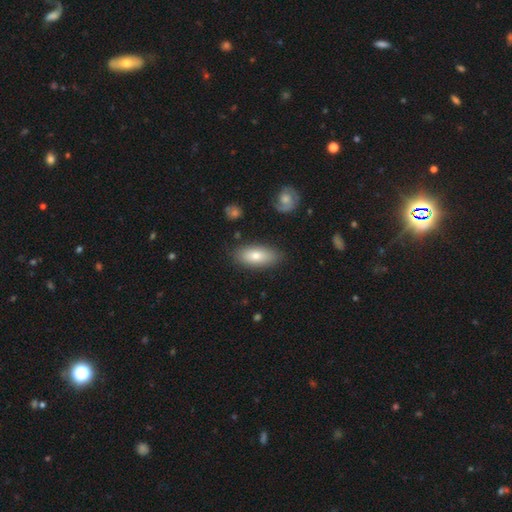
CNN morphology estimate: A smooth galaxy with no disk features (75%) that is in between round and cigar-shaped (83%). Merging: none (82%).